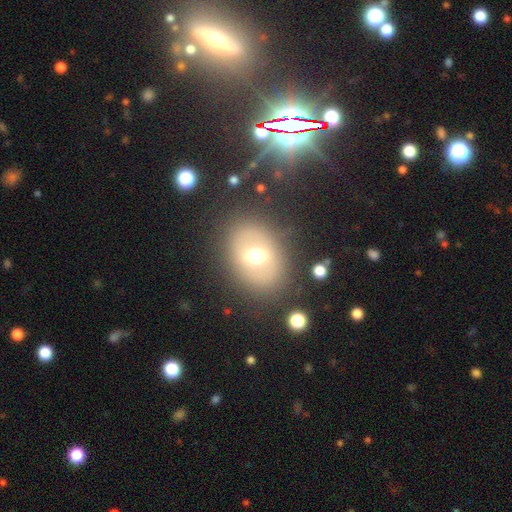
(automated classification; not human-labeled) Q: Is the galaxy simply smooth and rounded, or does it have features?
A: smooth — 53%.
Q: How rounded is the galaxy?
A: in between — 54%.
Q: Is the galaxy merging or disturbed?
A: none — 79%.